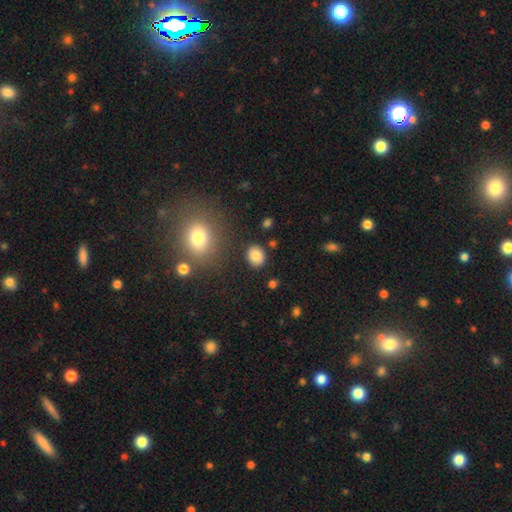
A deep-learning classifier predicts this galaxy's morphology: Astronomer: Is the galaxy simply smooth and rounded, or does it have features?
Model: smooth — 85%.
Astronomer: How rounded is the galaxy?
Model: round — 52% (runner-up: in between, 47%).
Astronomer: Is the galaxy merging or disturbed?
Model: none — 85%.